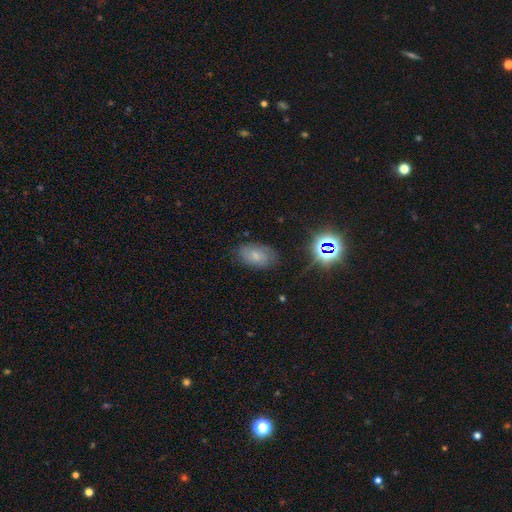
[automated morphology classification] A smooth galaxy with no disk features (55%) that is in between round and cigar-shaped (89%). Merging: none (75%).